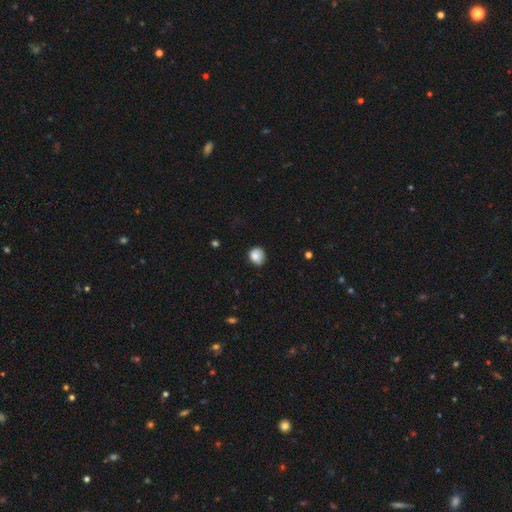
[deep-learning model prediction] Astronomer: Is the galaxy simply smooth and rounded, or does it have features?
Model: smooth — 85%.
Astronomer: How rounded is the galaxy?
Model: round — 78%.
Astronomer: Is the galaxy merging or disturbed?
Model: none — 73%.